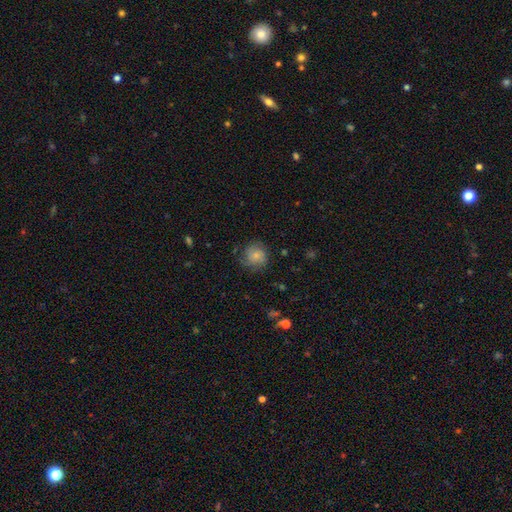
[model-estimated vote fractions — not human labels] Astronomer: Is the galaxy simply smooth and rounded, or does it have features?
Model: smooth — 70%.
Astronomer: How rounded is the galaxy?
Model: round — 88%.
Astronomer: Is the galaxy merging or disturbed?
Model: none — 74%.